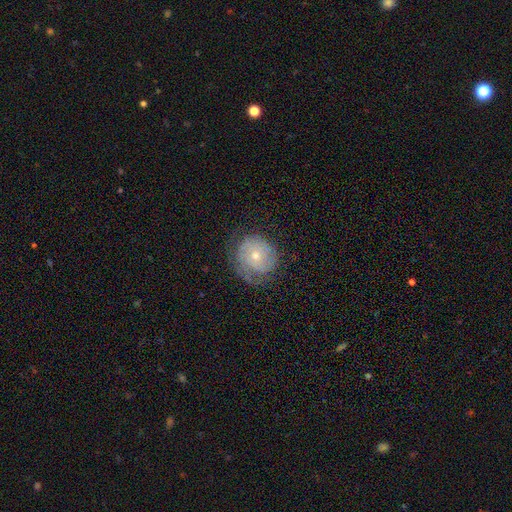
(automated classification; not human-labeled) Overall: featured or disk (65%; smooth 28%). Edge-on disk: no (97%). Bar: no (83%). Spiral arms: yes (85%). Spiral arm count: can't tell (41%; 2 27%). Spiral winding: tight (67%). Bulge size: small (53%; moderate 43%). Merging: none (66%).